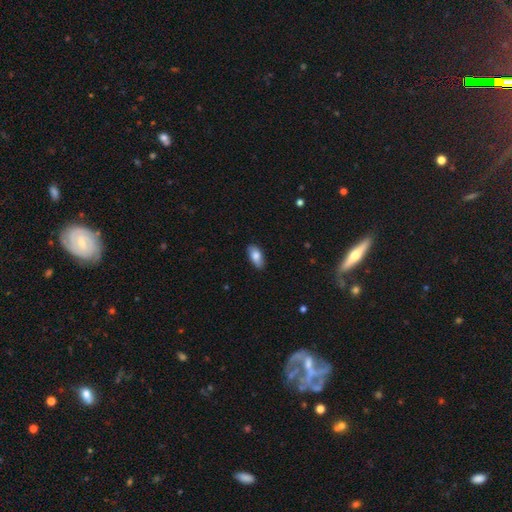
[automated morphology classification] The model was most divided on "smooth or featured": smooth: 80%, featured or disk: 14%, star or artifact: 6%. More confident: how rounded — in between (89%); merging — none (83%).